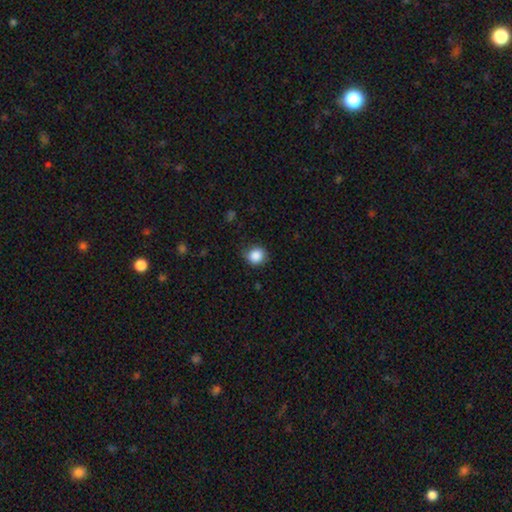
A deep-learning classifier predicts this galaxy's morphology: The model was most divided on "merging": none: 77%, minor disturbance: 18%, major disturbance: 4%, merger: 1%. More confident: smooth or featured — smooth (87%); how rounded — round (80%).